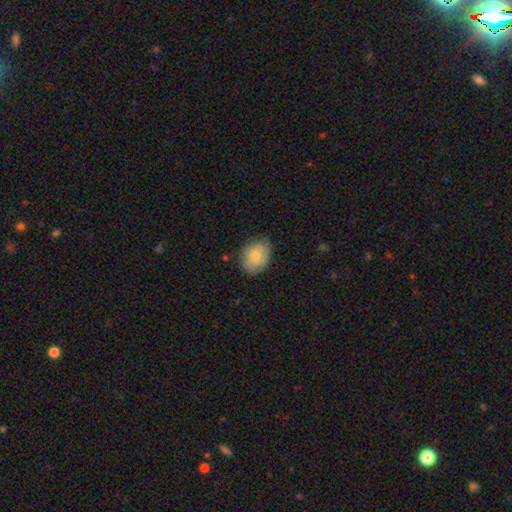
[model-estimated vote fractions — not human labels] The model was most divided on "smooth or featured": smooth: 62%, featured or disk: 32%, star or artifact: 7%. More confident: merging — none (76%); how rounded — in between (68%).